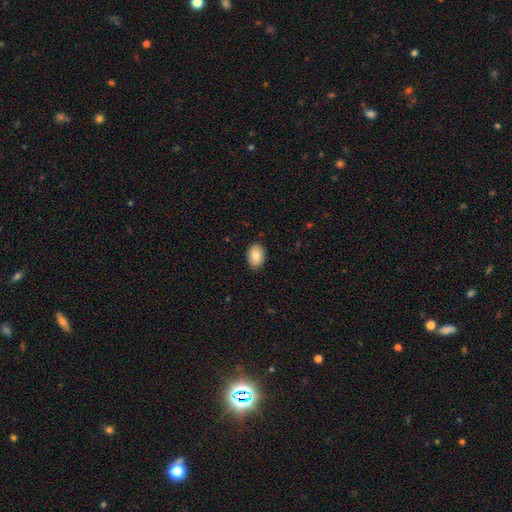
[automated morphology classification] smooth_or_featured: smooth (p=0.84) [alt: featured or disk p=0.09]
how_rounded: in between (p=0.82) [alt: round p=0.17]
merging: none (p=0.88) [alt: minor disturbance p=0.09]